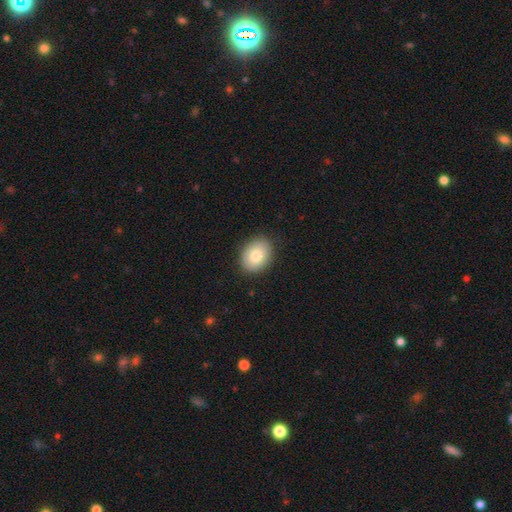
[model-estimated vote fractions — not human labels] Overall: smooth (82%). How rounded: in between (68%; round 31%). Merging: none (88%).